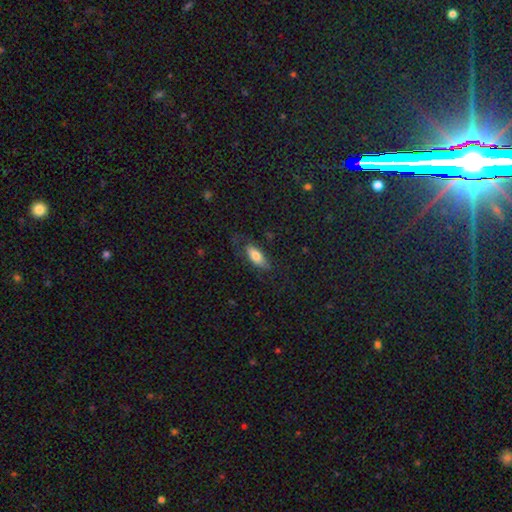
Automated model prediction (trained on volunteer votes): A smooth galaxy with no disk features (75%) that is in between round and cigar-shaped (77%).

Vote fractions:
- Smooth or featured? smooth: 75% / featured or disk: 19% / star or artifact: 7%
- How rounded? in between: 77% / cigar-shaped: 20% / round: 2%
- Merging? none: 67% / minor disturbance: 21% / major disturbance: 11% / merger: 2%